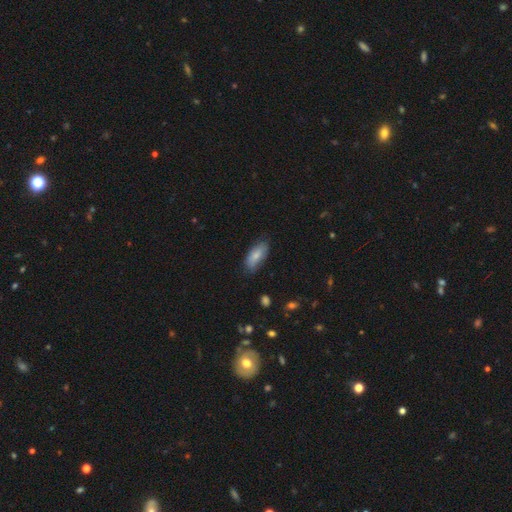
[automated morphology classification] Smooth or featured? smooth (78%)
How rounded? in between (83%)
Merging? none (74%)